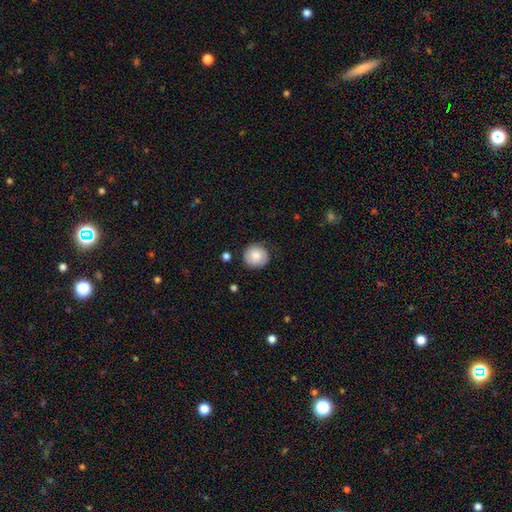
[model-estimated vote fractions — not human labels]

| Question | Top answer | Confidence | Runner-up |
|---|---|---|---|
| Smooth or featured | smooth | 78% | featured or disk (15%) |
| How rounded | round | 92% | in between (7%) |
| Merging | none | 81% | minor disturbance (13%) |